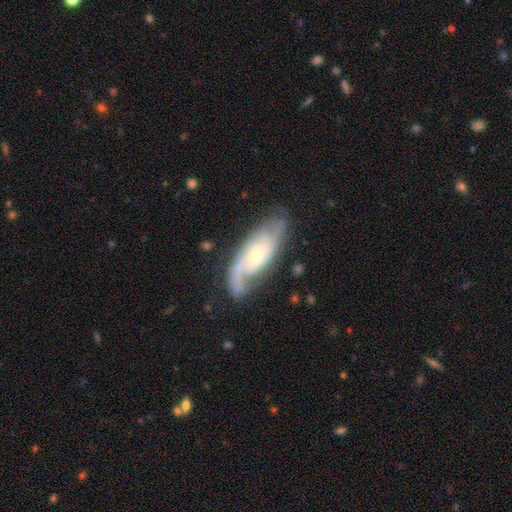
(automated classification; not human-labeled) featured or disk 82%, smooth 13%, star or artifact 5%. Down the decision tree: edge-on disk — no (91%); bar — no (62%); spiral arms — yes (95%); spiral arm count — 2 (57%); spiral winding — medium (44%); bulge size — small (54%); merging — none (71%).